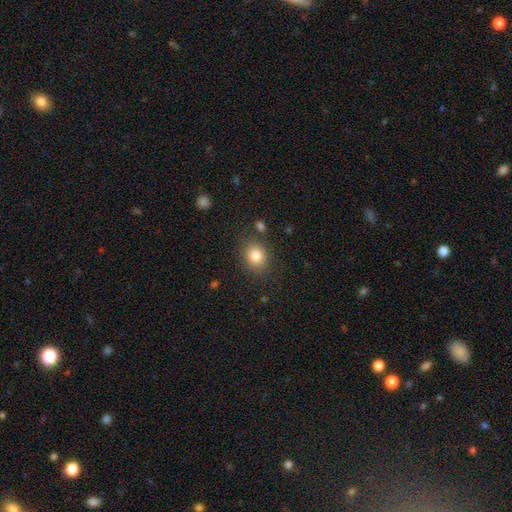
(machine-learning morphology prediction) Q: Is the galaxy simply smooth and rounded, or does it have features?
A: smooth — 83%.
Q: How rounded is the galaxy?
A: round — 64%.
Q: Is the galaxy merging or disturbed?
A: none — 82%.